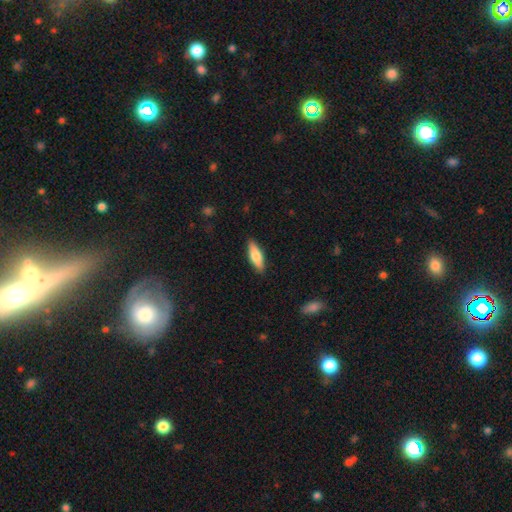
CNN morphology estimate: smooth-or-featured: smooth: 72% | featured or disk: 22% | star or artifact: 6%
  how-rounded: in between: 53% | cigar-shaped: 45% | round: 2%
  merging: none: 88% | minor disturbance: 9% | major disturbance: 2% | merger: 1%